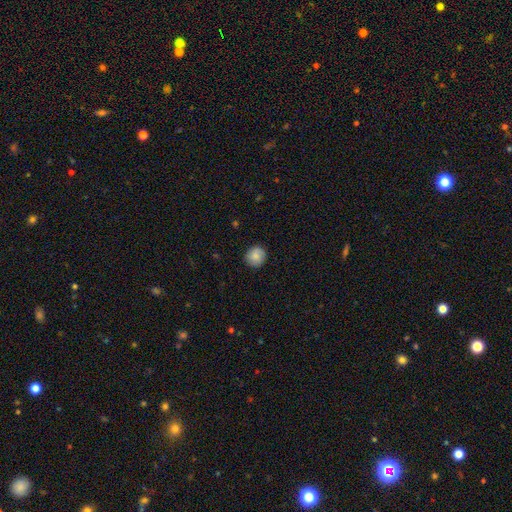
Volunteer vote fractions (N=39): A smooth galaxy with no disk features (92%) that is round (89%). Merging: none (92%).